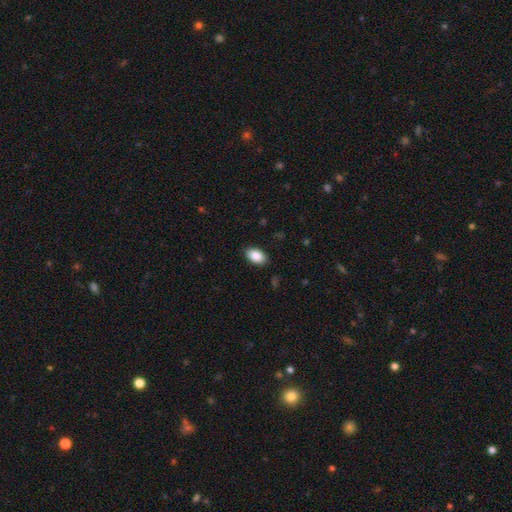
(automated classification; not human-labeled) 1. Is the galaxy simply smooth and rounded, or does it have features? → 88% smooth, 7% star or artifact, 5% featured or disk.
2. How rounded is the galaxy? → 92% in between, 6% round, 1% cigar-shaped.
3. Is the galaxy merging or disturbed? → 88% none, 9% minor disturbance, 2% major disturbance, 1% merger.